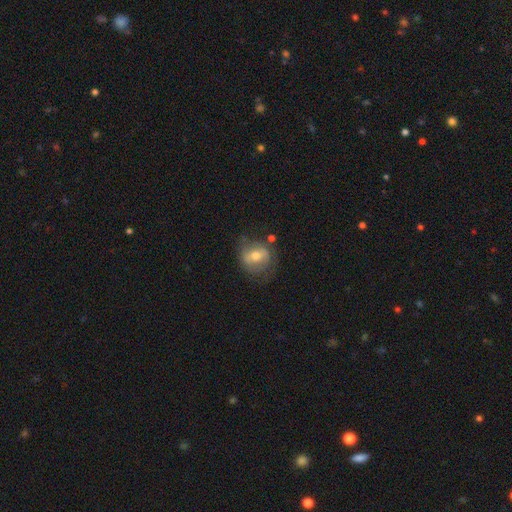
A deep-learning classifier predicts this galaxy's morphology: featured or disk 46%, smooth 45%, star or artifact 9%. Down the decision tree: merging — none (62%).